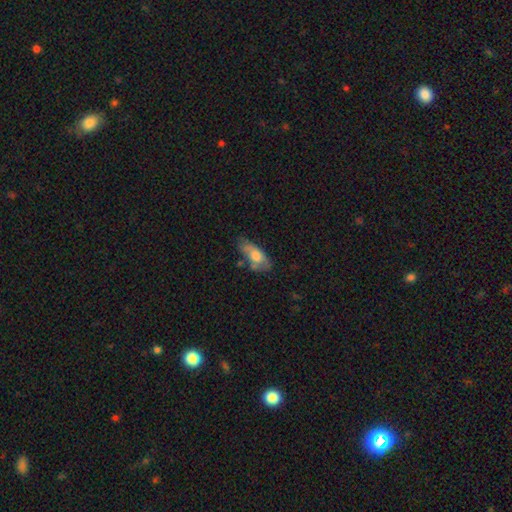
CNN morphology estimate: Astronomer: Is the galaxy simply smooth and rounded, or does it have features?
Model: smooth — 61%.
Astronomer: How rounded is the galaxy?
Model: in between — 82%.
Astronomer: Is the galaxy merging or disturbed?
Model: none — 47% (runner-up: minor disturbance, 32%).